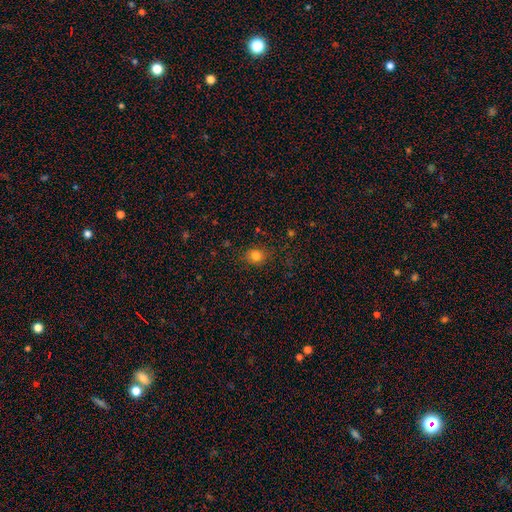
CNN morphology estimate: Smooth or featured? Predicted: smooth (p=0.81). How rounded? Predicted: round (p=0.65). Merging? Predicted: none (p=0.83).